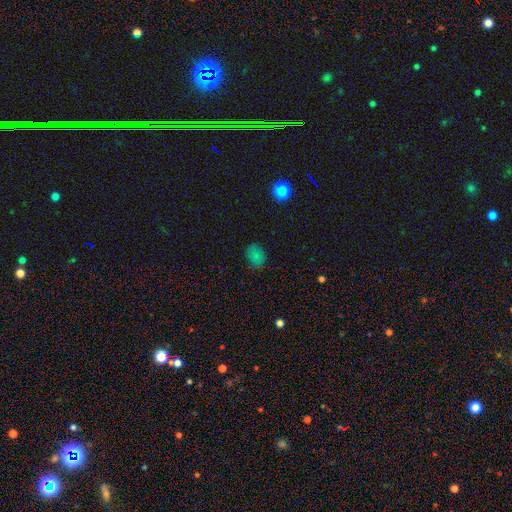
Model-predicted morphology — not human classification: Smooth or featured: smooth — 70% (star or artifact — 24%)
How rounded: in between — 62% (round — 36%)
Merging: none — 79% (minor disturbance — 15%)